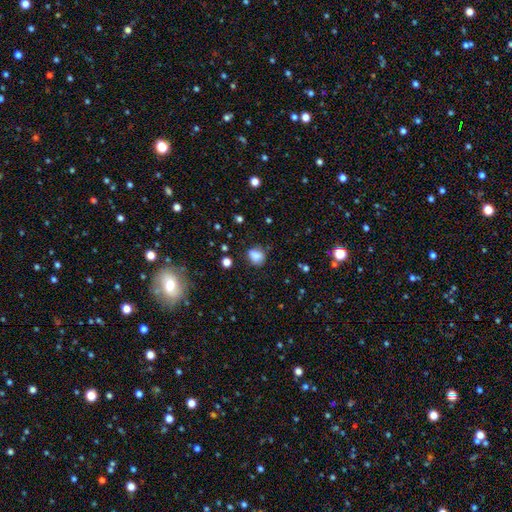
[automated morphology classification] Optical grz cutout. It shows a smooth galaxy with no disk features (82%) that is round (51%). Merging: none (72%).